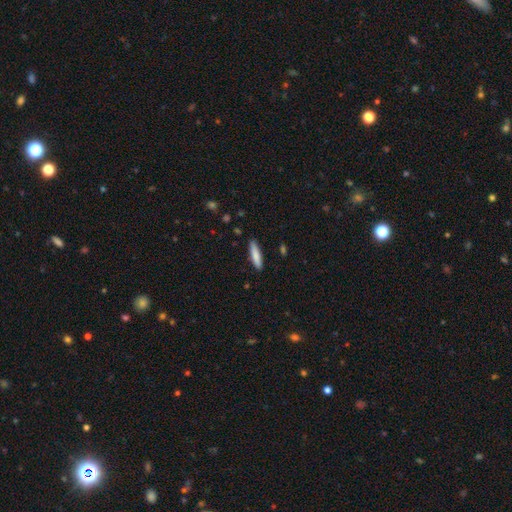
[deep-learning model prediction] A smooth galaxy with no disk features (82%) that is cigar-shaped (81%).

Vote fractions:
- Smooth or featured? smooth: 82% / featured or disk: 12% / star or artifact: 6%
- How rounded? cigar-shaped: 81% / in between: 18% / round: 1%
- Merging? none: 88% / minor disturbance: 9% / major disturbance: 2% / merger: 1%